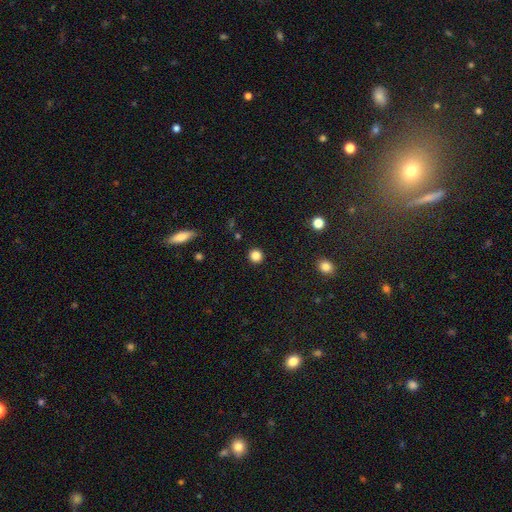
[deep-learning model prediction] Morphology: type=smooth (85%); roundness=round (94%); merging=none (92%).